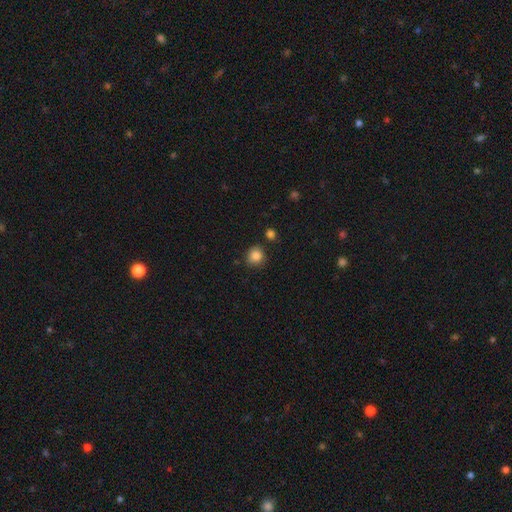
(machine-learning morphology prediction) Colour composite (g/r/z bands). It shows a smooth galaxy with no disk features (85%) that is round (86%). Merging: none (78%).